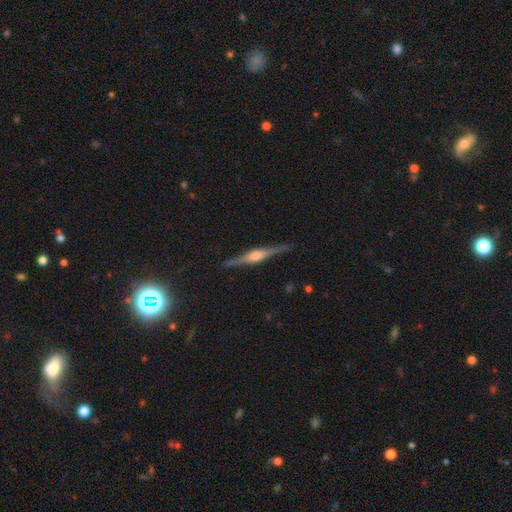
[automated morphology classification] Smooth or featured? featured or disk (83%)
Edge-on disk? yes (98%)
Edge-on bulge? rounded (82%)
Merging? none (90%)